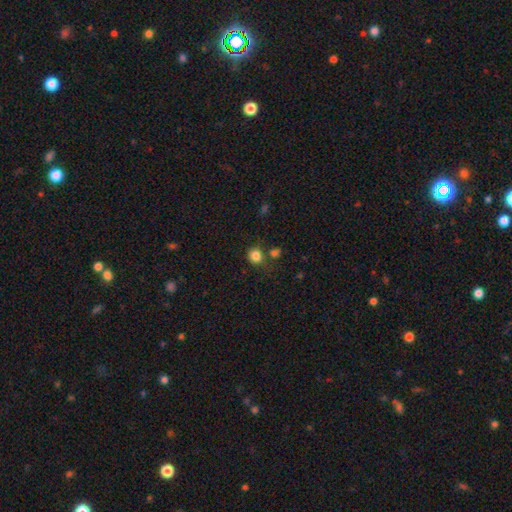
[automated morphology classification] Q: Smooth or featured?
A: smooth (83%); runner-up: star or artifact (12%)
Q: How rounded?
A: round (84%); runner-up: in between (15%)
Q: Merging?
A: none (70%); runner-up: minor disturbance (13%)